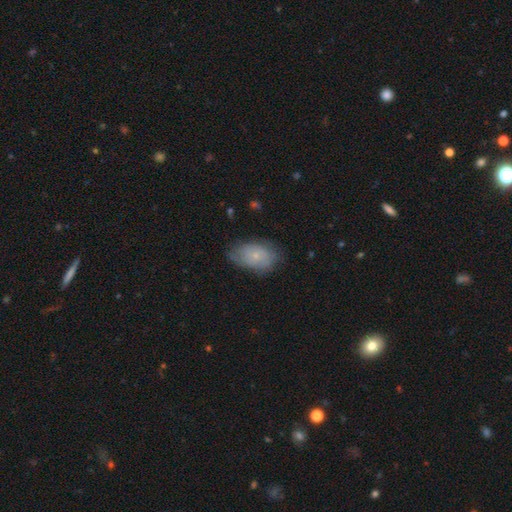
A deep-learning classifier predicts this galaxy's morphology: A smooth galaxy with no disk features (66%) that is in between round and cigar-shaped (89%).

Vote fractions:
- Smooth or featured? smooth: 66% / featured or disk: 26% / star or artifact: 8%
- How rounded? in between: 89% / round: 10% / cigar-shaped: 2%
- Merging? none: 64% / minor disturbance: 27% / major disturbance: 8% / merger: 1%